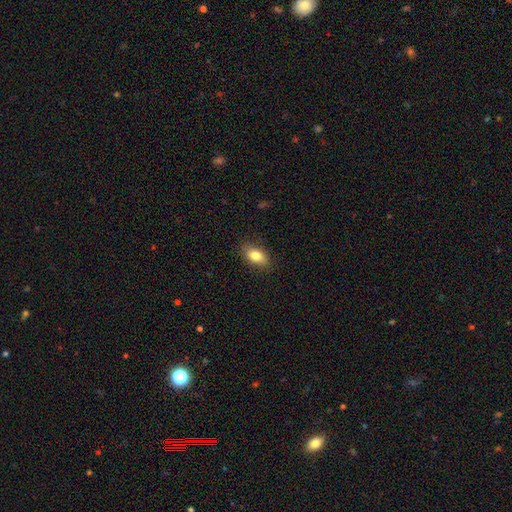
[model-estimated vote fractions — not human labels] Smooth or featured? smooth (82%)
How rounded? in between (88%)
Merging? none (86%)